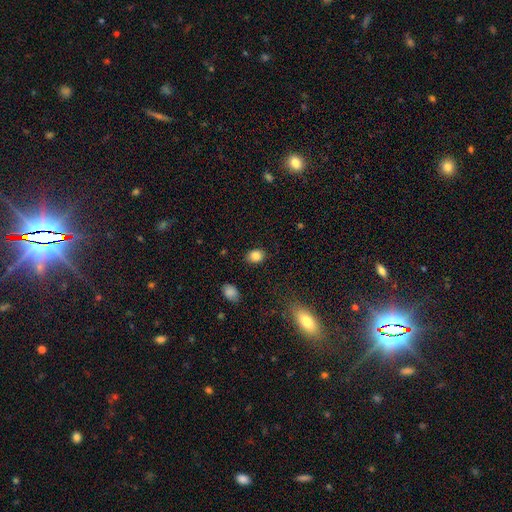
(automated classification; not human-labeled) A smooth galaxy with no disk features (85%) that is in between round and cigar-shaped (55%). Merging: none (86%).